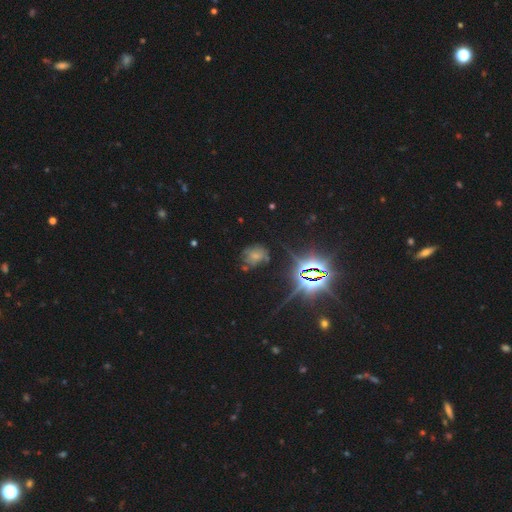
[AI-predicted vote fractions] Smooth or featured: smooth — 40% (star or artifact — 38%)
Merging: none — 58% (minor disturbance — 24%)